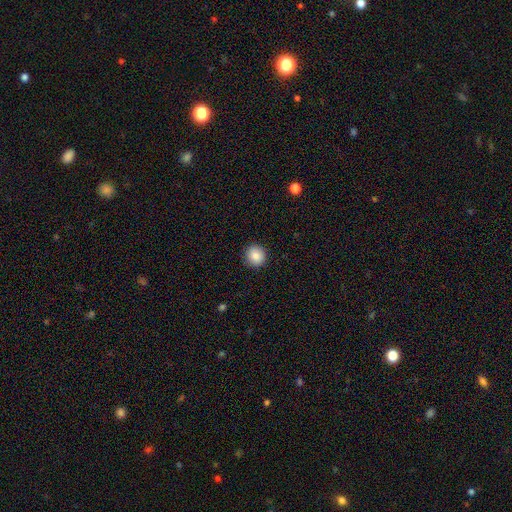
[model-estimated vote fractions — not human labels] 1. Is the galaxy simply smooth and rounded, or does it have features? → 85% smooth, 9% star or artifact, 6% featured or disk.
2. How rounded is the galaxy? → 93% round, 6% in between, 1% cigar-shaped.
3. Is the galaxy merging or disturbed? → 90% none, 7% minor disturbance, 2% major disturbance, 1% merger.